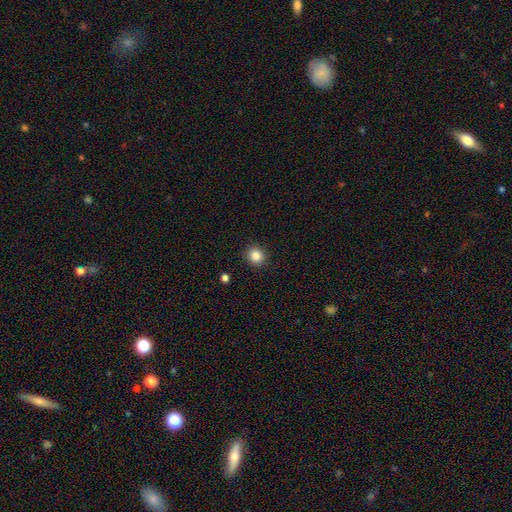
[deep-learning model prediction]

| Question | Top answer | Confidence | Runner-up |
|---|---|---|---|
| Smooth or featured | smooth | 84% | star or artifact (11%) |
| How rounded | round | 90% | in between (9%) |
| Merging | none | 92% | minor disturbance (5%) |